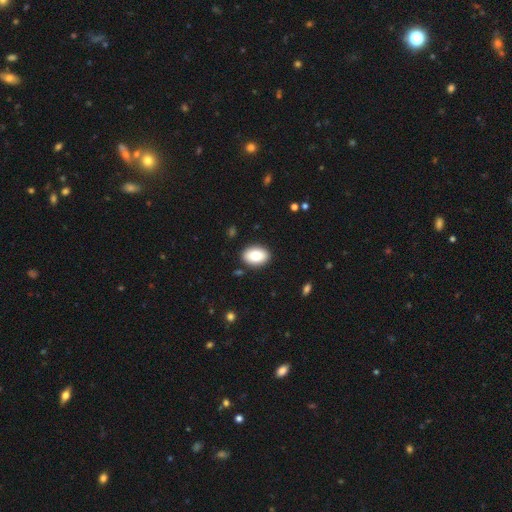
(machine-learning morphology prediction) A smooth galaxy with no disk features (81%) that is in between round and cigar-shaped (87%). Merging: none (89%).